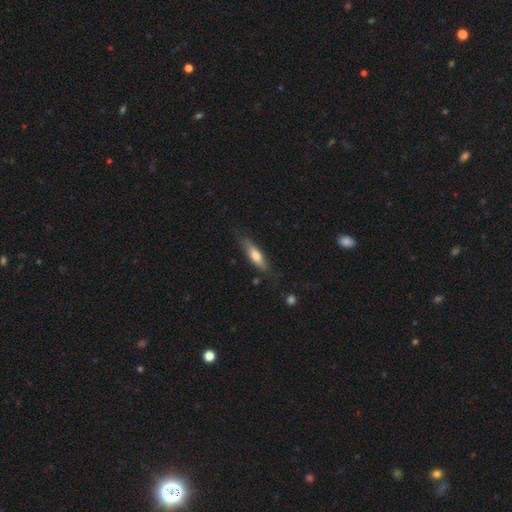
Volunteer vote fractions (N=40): Overall: smooth (57%; featured or disk 42%). How rounded: cigar-shaped (78%). Merging: none (65%; minor disturbance 32%).